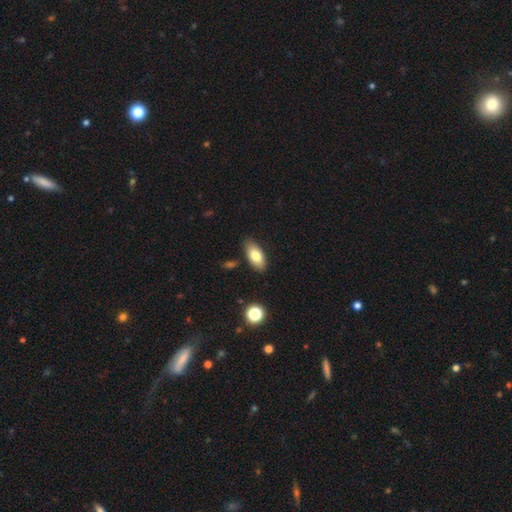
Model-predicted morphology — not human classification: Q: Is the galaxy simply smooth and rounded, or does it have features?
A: smooth — 78%.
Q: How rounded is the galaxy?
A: in between — 89%.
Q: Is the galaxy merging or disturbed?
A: none — 84%.